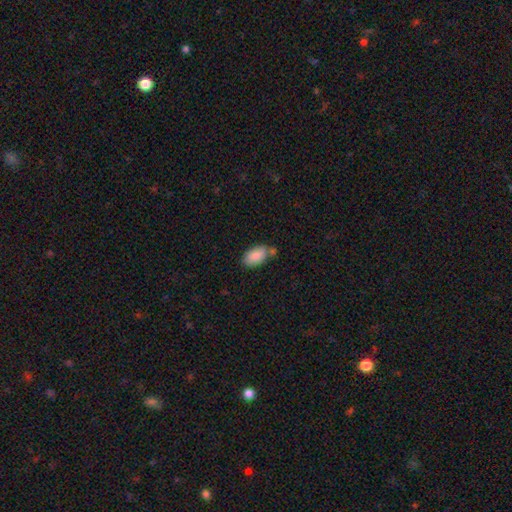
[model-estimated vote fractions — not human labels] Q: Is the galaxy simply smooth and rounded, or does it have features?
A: smooth — 85%.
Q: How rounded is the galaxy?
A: in between — 94%.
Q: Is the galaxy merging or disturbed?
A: none — 64%.